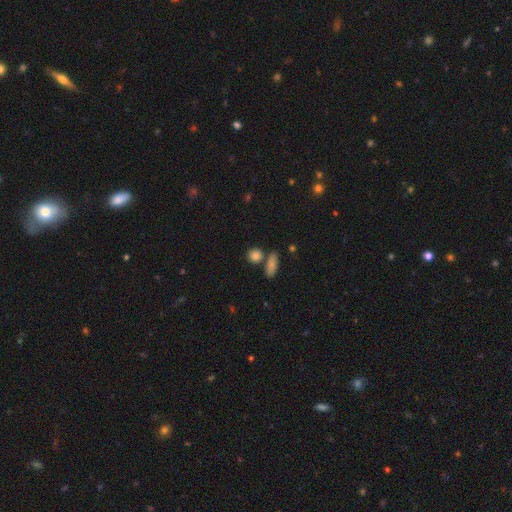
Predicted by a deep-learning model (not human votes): Smooth or featured: smooth — 84% (star or artifact — 10%)
How rounded: round — 70% (in between — 25%)
Merging: none — 68% (merger — 18%)